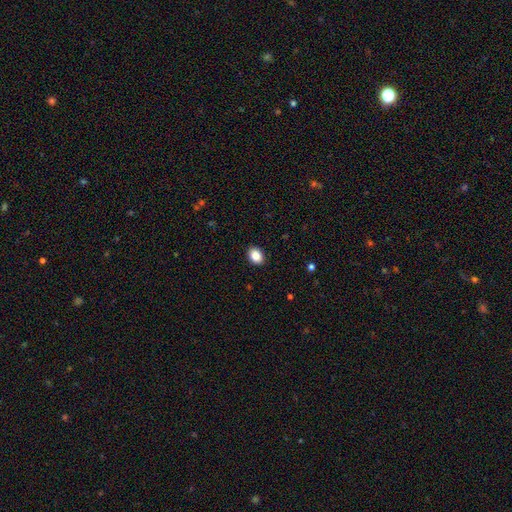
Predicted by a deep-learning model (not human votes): Smooth or featured? smooth (86%)
How rounded? in between (70%)
Merging? none (91%)